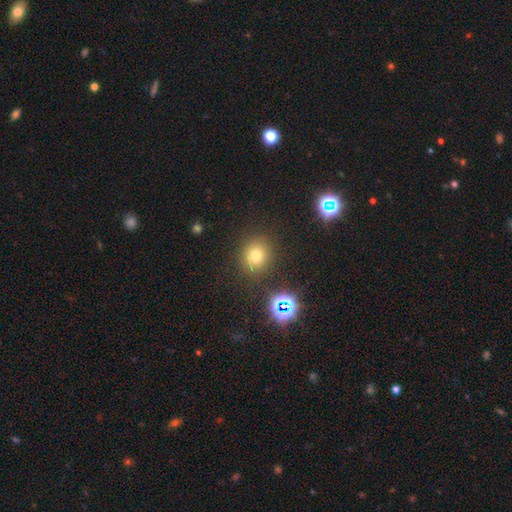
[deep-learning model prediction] Q: Smooth or featured?
A: smooth (70%); runner-up: star or artifact (22%)
Q: How rounded?
A: round (84%); runner-up: in between (15%)
Q: Merging?
A: none (84%); runner-up: minor disturbance (9%)